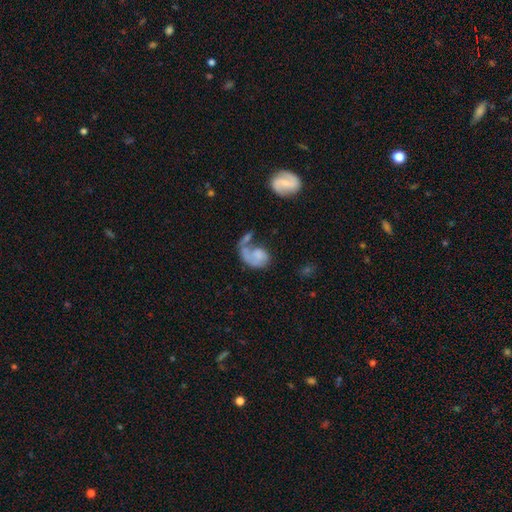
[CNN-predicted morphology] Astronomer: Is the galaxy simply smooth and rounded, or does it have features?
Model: smooth — 46% (runner-up: featured or disk, 45%).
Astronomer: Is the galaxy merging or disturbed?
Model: major disturbance — 35% (runner-up: merger, 30%).